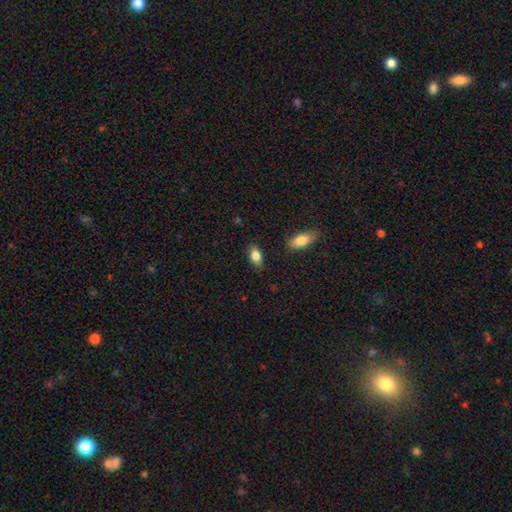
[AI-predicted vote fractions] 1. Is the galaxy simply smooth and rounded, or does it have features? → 82% smooth, 10% featured or disk, 7% star or artifact.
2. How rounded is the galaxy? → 87% in between, 7% round, 6% cigar-shaped.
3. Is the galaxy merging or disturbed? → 83% none, 12% minor disturbance, 3% major disturbance, 2% merger.